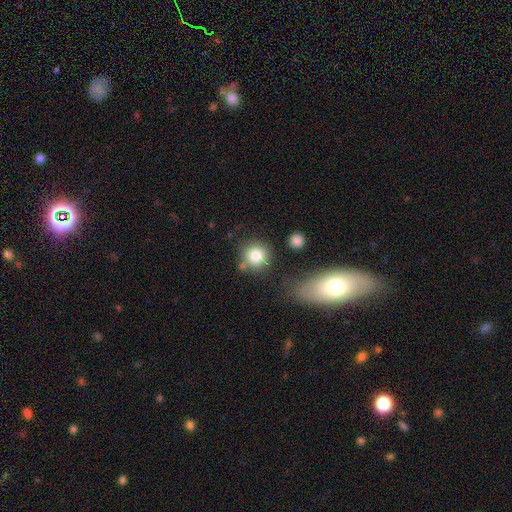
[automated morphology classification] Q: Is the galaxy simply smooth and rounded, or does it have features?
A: smooth — 81%.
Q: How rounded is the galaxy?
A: round — 91%.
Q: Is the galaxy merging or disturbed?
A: none — 73%.